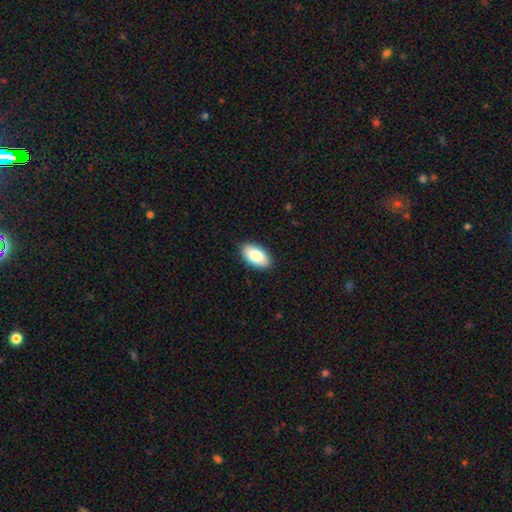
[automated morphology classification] smooth_or_featured: smooth (p=0.86) [alt: featured or disk p=0.08]
how_rounded: in between (p=0.95) [alt: round p=0.03]
merging: none (p=0.90) [alt: minor disturbance p=0.08]